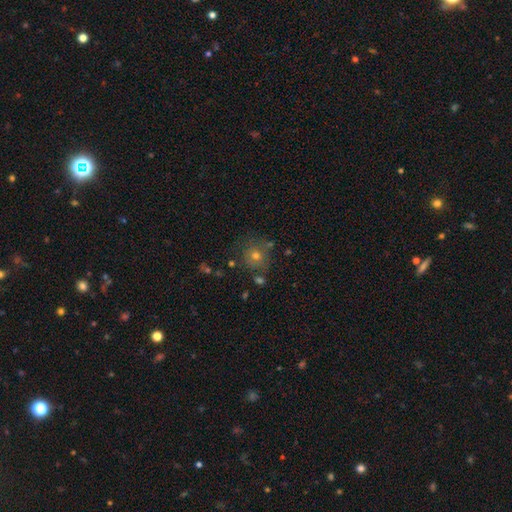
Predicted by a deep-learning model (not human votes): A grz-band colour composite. It shows a smooth galaxy with no disk features (66%) that is round (89%). Merging: none (72%).